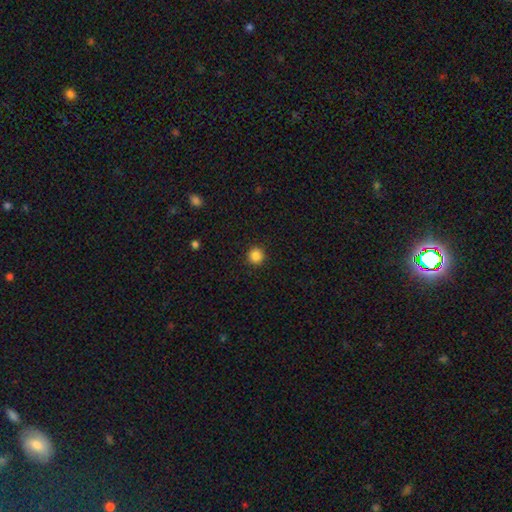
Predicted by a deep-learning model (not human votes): Q: Smooth or featured?
A: smooth (86%); runner-up: star or artifact (10%)
Q: How rounded?
A: round (95%); runner-up: in between (4%)
Q: Merging?
A: none (92%); runner-up: minor disturbance (5%)